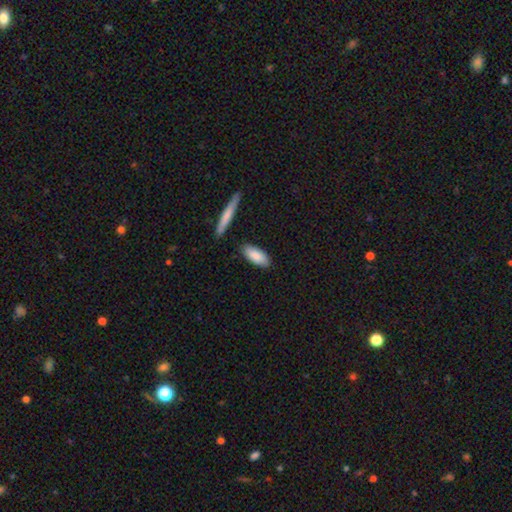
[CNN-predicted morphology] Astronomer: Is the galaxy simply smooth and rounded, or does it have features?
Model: smooth — 86%.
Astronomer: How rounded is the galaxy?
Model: in between — 81%.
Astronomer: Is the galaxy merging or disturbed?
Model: none — 84%.